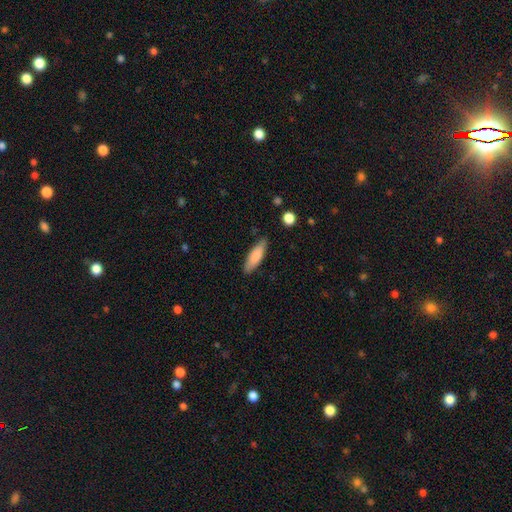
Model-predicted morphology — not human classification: Overall: smooth (82%). How rounded: cigar-shaped (58%; in between 40%). Merging: none (84%).